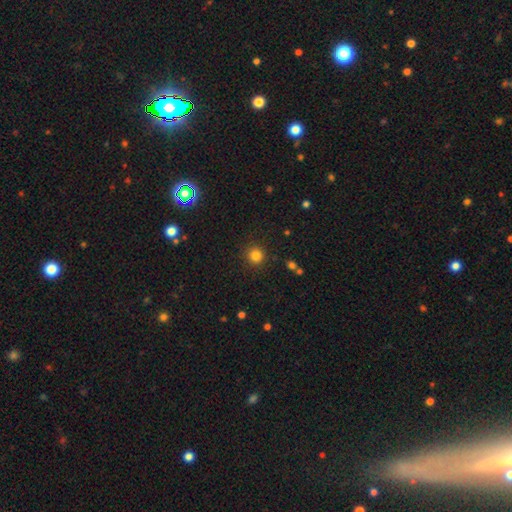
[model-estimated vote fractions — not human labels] Smooth or featured? Predicted: smooth (p=0.82). How rounded? Predicted: round (p=0.94). Merging? Predicted: none (p=0.90).